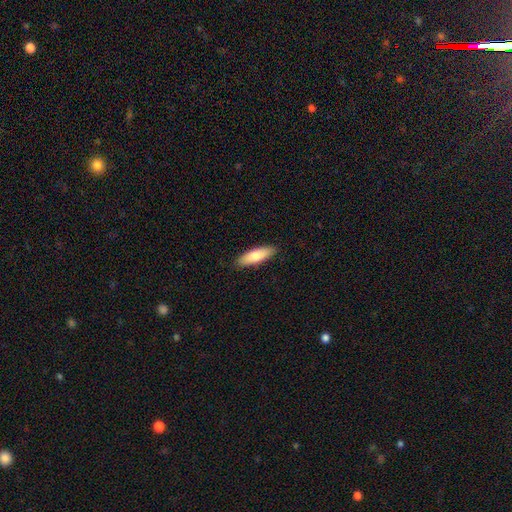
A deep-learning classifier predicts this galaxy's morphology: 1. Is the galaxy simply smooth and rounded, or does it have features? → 74% smooth, 20% featured or disk, 6% star or artifact.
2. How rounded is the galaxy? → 50% in between, 48% cigar-shaped, 2% round.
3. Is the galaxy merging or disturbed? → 89% none, 8% minor disturbance, 2% major disturbance, 1% merger.